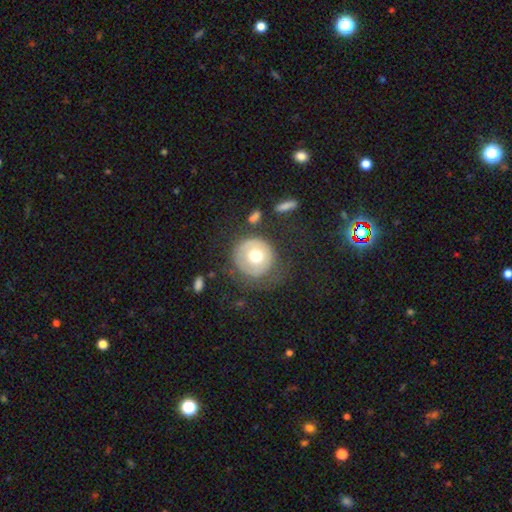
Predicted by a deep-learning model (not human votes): Smooth or featured? smooth (59%)
How rounded? round (93%)
Merging? none (63%)